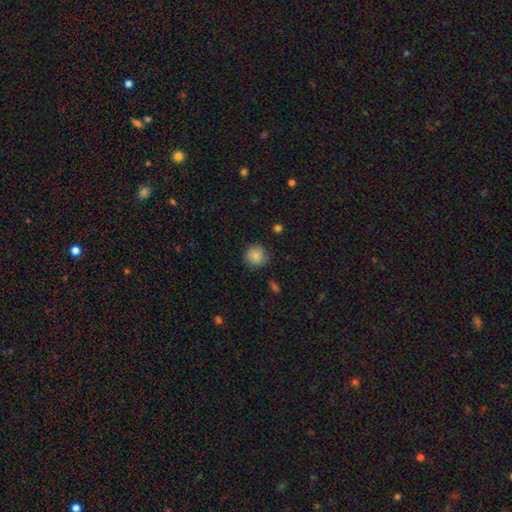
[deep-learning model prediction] Overall: smooth (84%). How rounded: round (92%). Merging: none (84%).